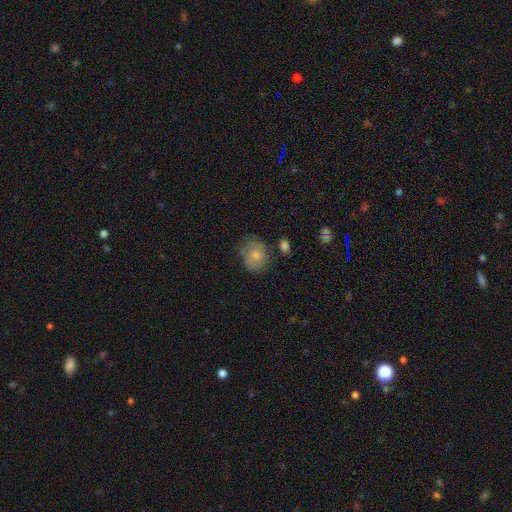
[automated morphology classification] A smooth galaxy with no disk features (72%) that is round (64%). Merging: none (61%).